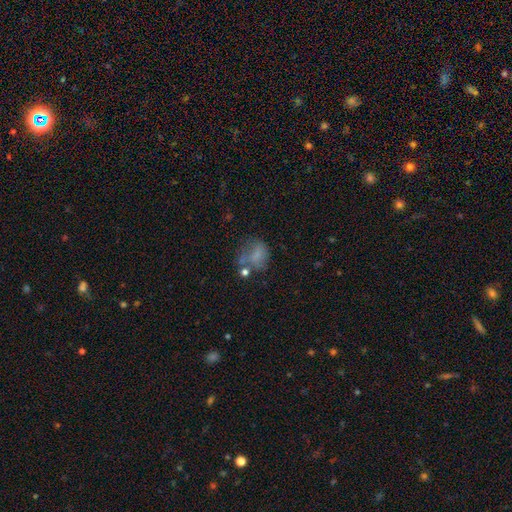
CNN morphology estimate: Smooth or featured: smooth — 59% (featured or disk — 26%)
How rounded: round — 49% (tied with in between — 49%)
Merging: none — 37% (major disturbance — 27%)